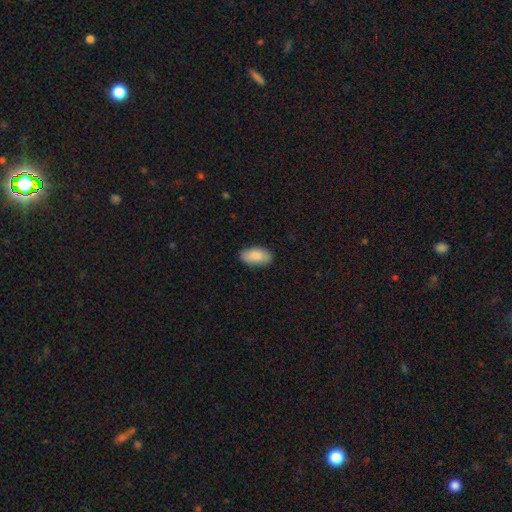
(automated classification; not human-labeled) A smooth galaxy with no disk features (86%) that is in between round and cigar-shaped (94%).

Vote fractions:
- Smooth or featured? smooth: 86% / featured or disk: 8% / star or artifact: 6%
- How rounded? in between: 94% / cigar-shaped: 3% / round: 2%
- Merging? none: 87% / minor disturbance: 10% / major disturbance: 2% / merger: 1%